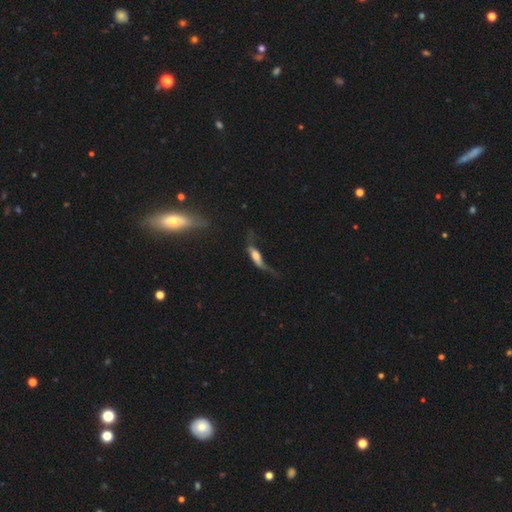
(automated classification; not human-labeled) smooth-or-featured: featured or disk: 46% | smooth: 45% | star or artifact: 9%
  merging: major disturbance: 46% | none: 27% | minor disturbance: 22% | merger: 6%